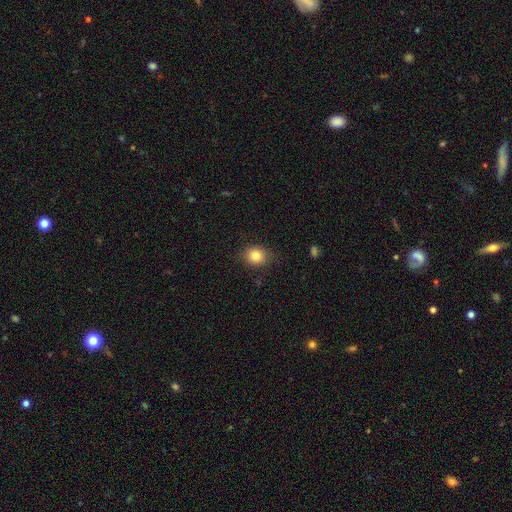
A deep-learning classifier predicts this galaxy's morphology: Smooth or featured? Predicted: smooth (p=0.84). How rounded? Predicted: round (p=0.67). Merging? Predicted: none (p=0.82).